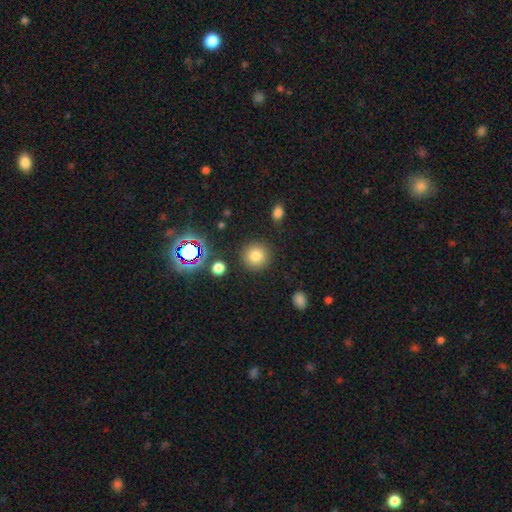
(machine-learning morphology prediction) Smooth or featured?
  - smooth: 79% *
  - star or artifact: 14%
  - featured or disk: 7%
How rounded?
  - round: 94% *
  - in between: 5%
  - cigar-shaped: 1%
Merging?
  - none: 88% *
  - minor disturbance: 7%
  - major disturbance: 3%
  - merger: 3%